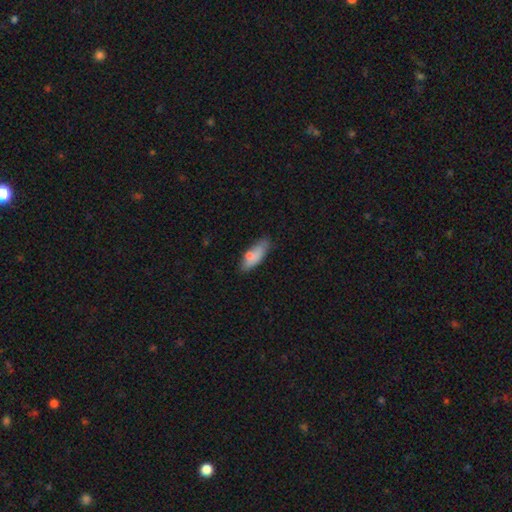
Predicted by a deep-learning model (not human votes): Smooth or featured? Predicted: smooth (p=0.79). How rounded? Predicted: in between (p=0.71). Merging? Predicted: none (p=0.63).